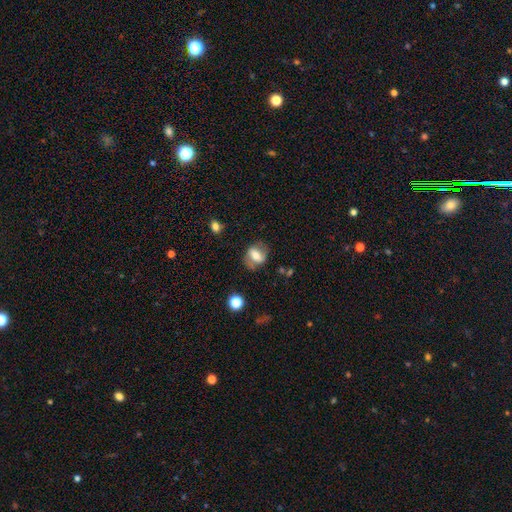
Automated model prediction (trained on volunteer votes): This is possibly a smooth galaxy (47%). Merging: likely none (70%).